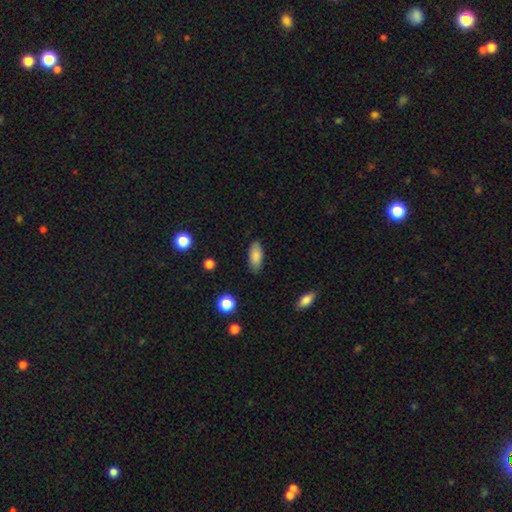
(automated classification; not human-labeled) This is clearly a smooth galaxy (83%). How rounded: clearly in between (88%). Merging: clearly none (83%).